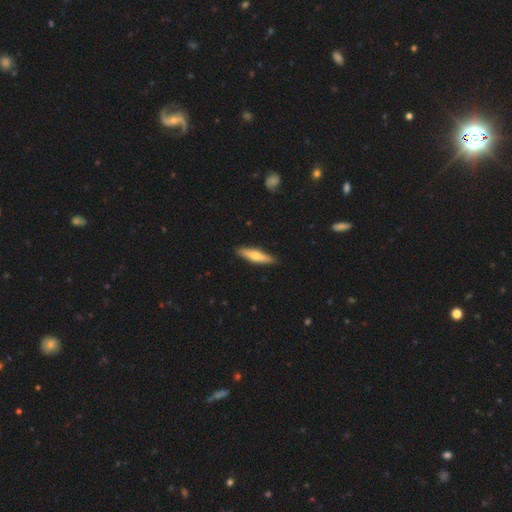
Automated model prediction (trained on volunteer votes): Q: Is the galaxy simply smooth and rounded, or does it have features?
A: smooth — 56%.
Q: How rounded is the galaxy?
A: cigar-shaped — 81%.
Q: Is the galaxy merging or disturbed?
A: none — 90%.